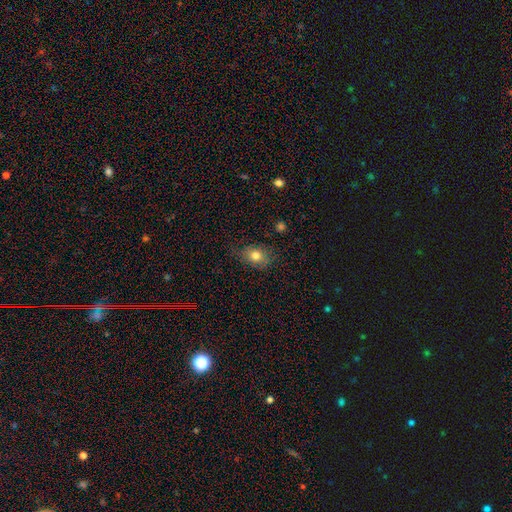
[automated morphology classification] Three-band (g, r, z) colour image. It shows a smooth galaxy with no disk features (78%) that is in between round and cigar-shaped (57%). Merging: none (71%).